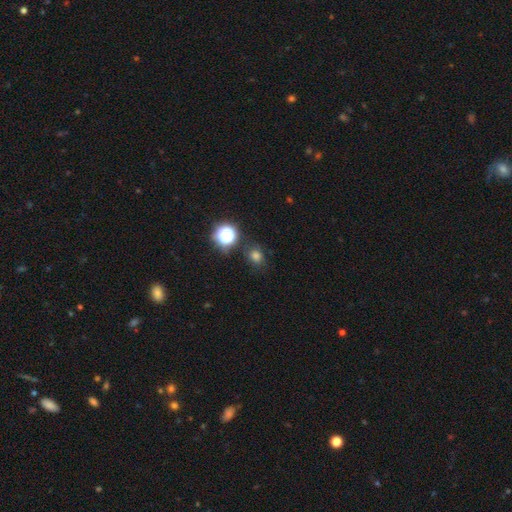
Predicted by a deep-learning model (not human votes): smooth-or-featured: smooth: 71% | star or artifact: 23% | featured or disk: 6%
  how-rounded: round: 75% | in between: 24% | cigar-shaped: 1%
  merging: none: 81% | minor disturbance: 12% | major disturbance: 4% | merger: 4%